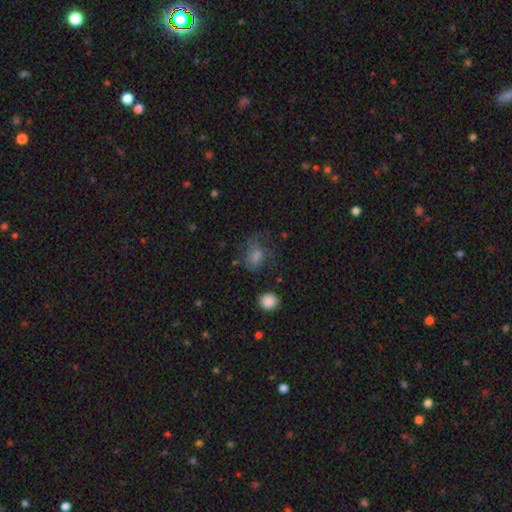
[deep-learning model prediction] Smooth or featured? smooth (46%)
Merging? none (50%)